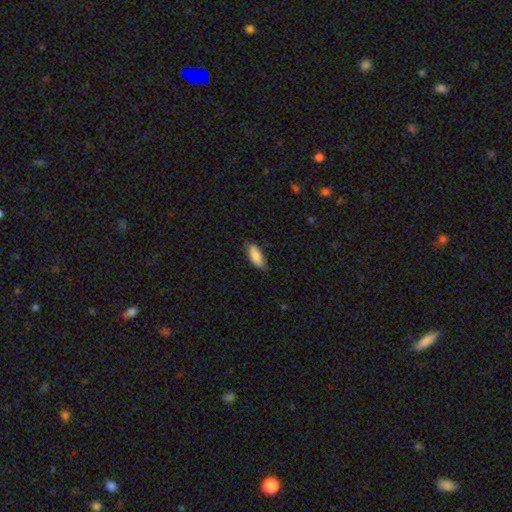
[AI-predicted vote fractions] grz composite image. It shows a smooth galaxy with no disk features (87%) that is in between round and cigar-shaped (78%). Merging: none (79%).